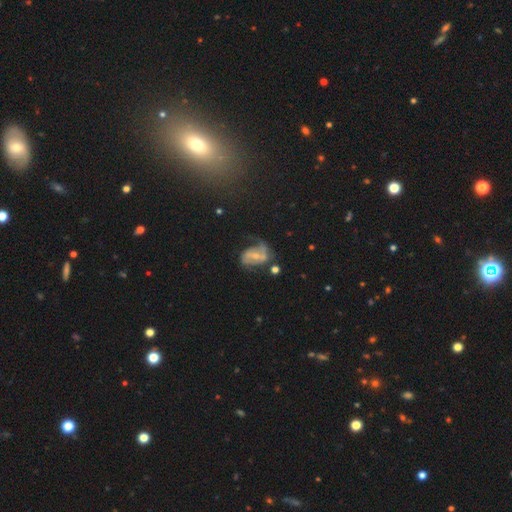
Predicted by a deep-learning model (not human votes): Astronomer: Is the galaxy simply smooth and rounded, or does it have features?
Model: featured or disk — 74%.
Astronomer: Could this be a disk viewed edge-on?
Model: no — 97%.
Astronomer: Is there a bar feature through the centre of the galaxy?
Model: weak — 43% (runner-up: no, 36%).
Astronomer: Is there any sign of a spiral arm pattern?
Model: yes — 86%.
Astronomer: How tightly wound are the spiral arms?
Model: medium — 43% (runner-up: loose, 33%).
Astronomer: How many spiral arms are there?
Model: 2 — 67%.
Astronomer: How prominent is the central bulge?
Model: small — 51% (runner-up: moderate, 44%).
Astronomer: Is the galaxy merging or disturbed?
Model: none — 42% (runner-up: major disturbance, 26%).